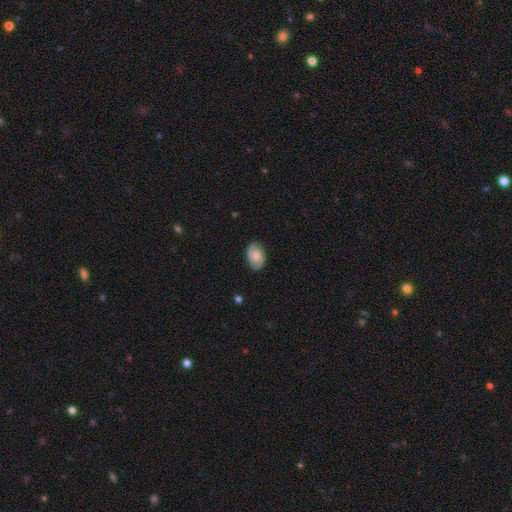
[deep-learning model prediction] Smooth or featured?
  - smooth: 65% *
  - featured or disk: 28%
  - star or artifact: 7%
How rounded?
  - in between: 86% *
  - round: 13%
  - cigar-shaped: 1%
Merging?
  - none: 81% *
  - minor disturbance: 15%
  - major disturbance: 3%
  - merger: 1%